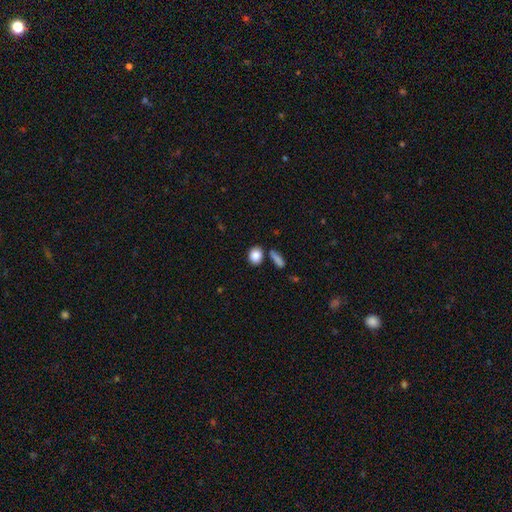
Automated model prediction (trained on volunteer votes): Smooth or featured?
  - smooth: 87% *
  - star or artifact: 8%
  - featured or disk: 5%
How rounded?
  - round: 51% *
  - in between: 47%
  - cigar-shaped: 2%
Merging?
  - none: 72% *
  - merger: 13%
  - minor disturbance: 12%
  - major disturbance: 4%